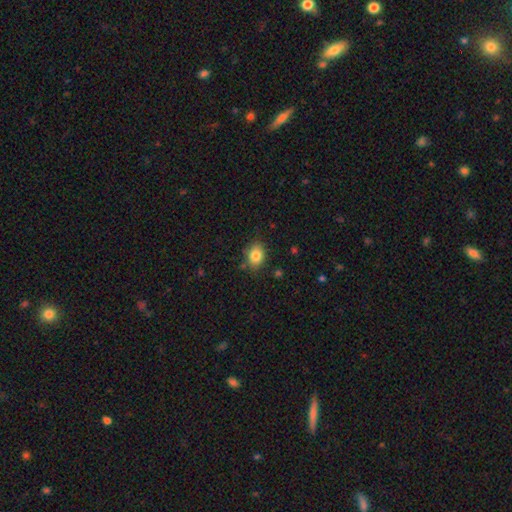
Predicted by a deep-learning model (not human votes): A smooth galaxy with no disk features (84%) that is in between round and cigar-shaped (61%).

Vote fractions:
- Smooth or featured? smooth: 84% / star or artifact: 9% / featured or disk: 7%
- How rounded? in between: 61% / round: 38% / cigar-shaped: 1%
- Merging? none: 81% / minor disturbance: 14% / major disturbance: 3% / merger: 2%